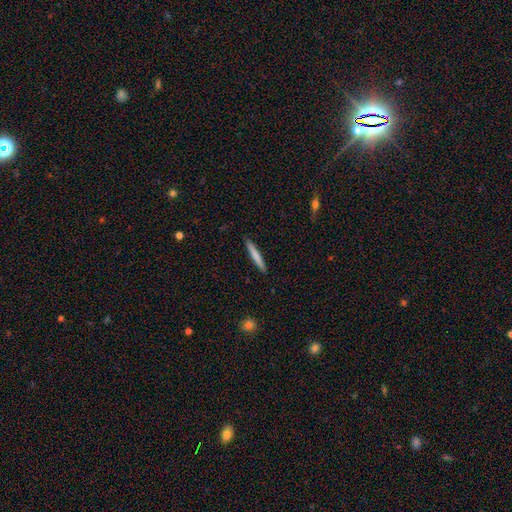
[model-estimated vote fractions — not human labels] Smooth or featured: smooth — 74% (featured or disk — 21%)
How rounded: cigar-shaped — 96% (in between — 3%)
Merging: none — 91% (minor disturbance — 6%)